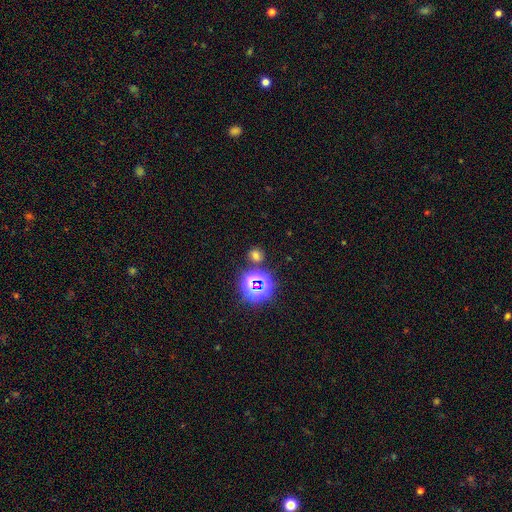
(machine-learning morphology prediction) smooth-or-featured: smooth: 57% | star or artifact: 35% | featured or disk: 8%
  how-rounded: round: 72% | in between: 26% | cigar-shaped: 1%
  merging: none: 78% | minor disturbance: 10% | merger: 7% | major disturbance: 4%